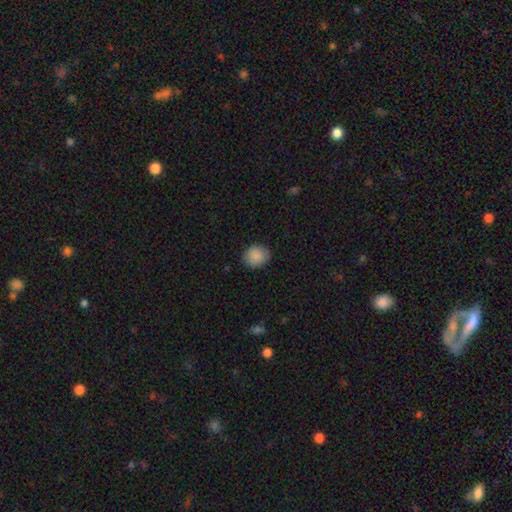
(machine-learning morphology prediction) Smooth or featured? smooth (88%)
How rounded? round (69%)
Merging? none (86%)